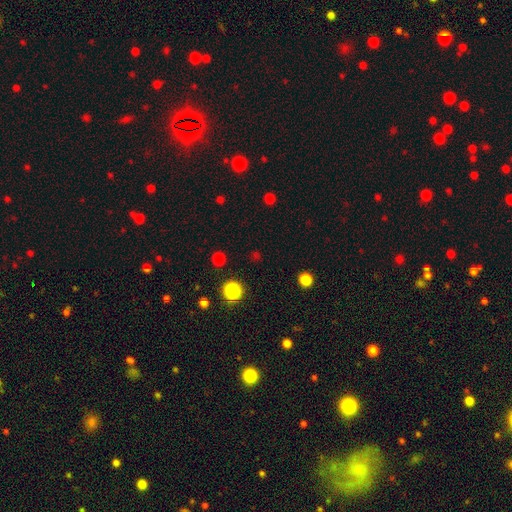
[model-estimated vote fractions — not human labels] smooth 49%, star or artifact 45%, featured or disk 6%. Down the decision tree: merging — none (86%).